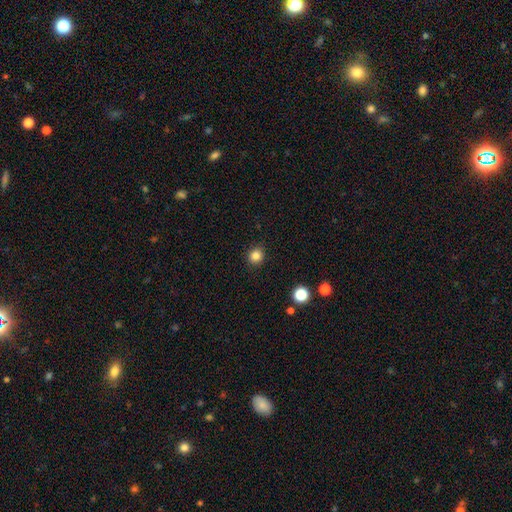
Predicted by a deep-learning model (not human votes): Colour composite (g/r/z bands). It shows a smooth galaxy with no disk features (83%) that is round (88%). Merging: none (91%).